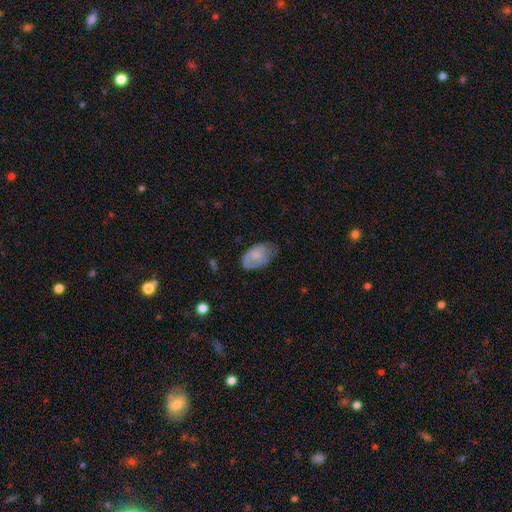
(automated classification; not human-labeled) This appears to be a smooth galaxy with no disk features (72%) that is in between round and cigar-shaped (91%). Merging: none (50%).